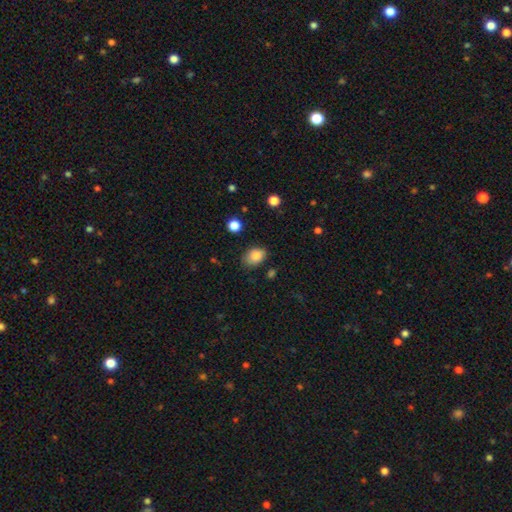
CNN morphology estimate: A smooth galaxy with no disk features (86%) that is in between round and cigar-shaped (75%).

Vote fractions:
- Smooth or featured? smooth: 86% / star or artifact: 9% / featured or disk: 6%
- How rounded? in between: 75% / round: 24% / cigar-shaped: 1%
- Merging? none: 71% / minor disturbance: 22% / major disturbance: 5% / merger: 2%